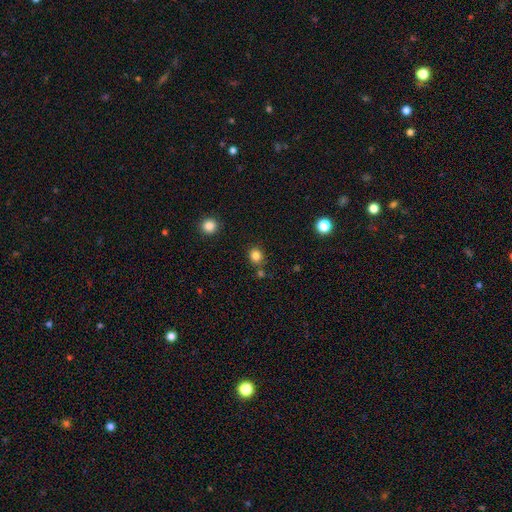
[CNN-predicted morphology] type=smooth (83%); roundness=round (80%); merging=none (80%).